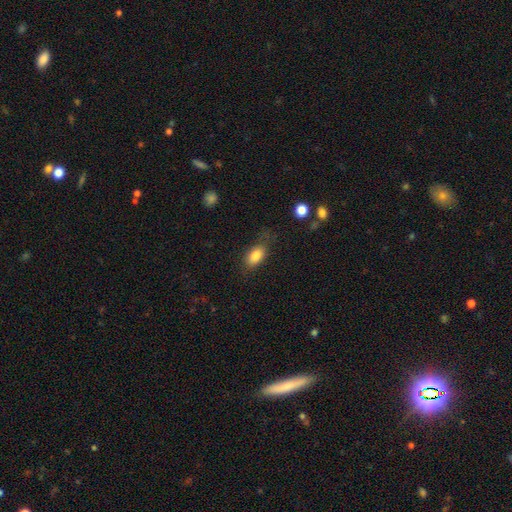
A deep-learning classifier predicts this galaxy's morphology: This appears to be a smooth galaxy with no disk features (84%) that is in between round and cigar-shaped (90%). Merging: none (70%).